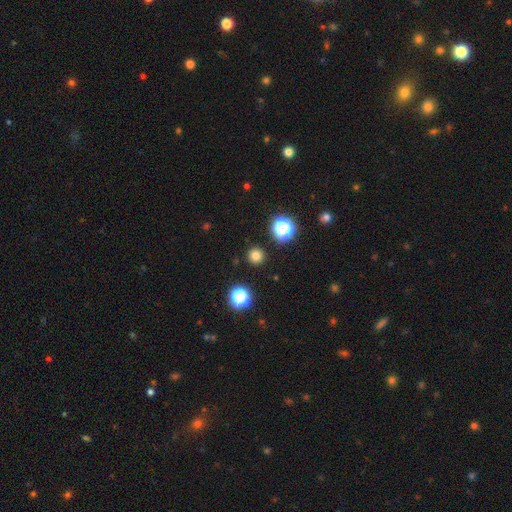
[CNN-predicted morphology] Q: Smooth or featured?
A: smooth (76%); runner-up: star or artifact (19%)
Q: How rounded?
A: round (95%); runner-up: in between (4%)
Q: Merging?
A: none (91%); runner-up: minor disturbance (5%)